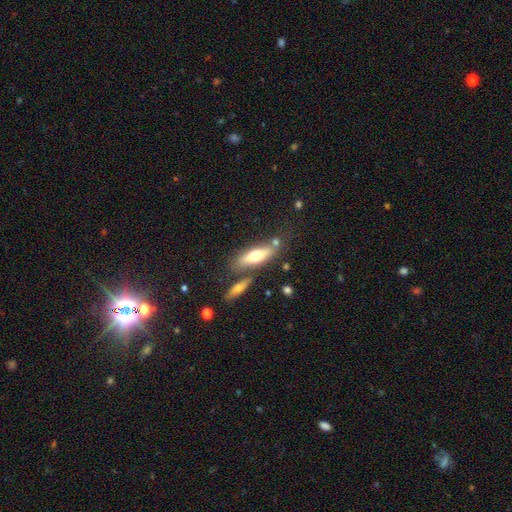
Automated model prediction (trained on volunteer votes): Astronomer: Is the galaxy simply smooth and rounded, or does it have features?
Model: smooth — 59%.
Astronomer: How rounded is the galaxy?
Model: in between — 50% (runner-up: cigar-shaped, 48%).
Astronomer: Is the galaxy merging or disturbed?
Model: none — 64%.